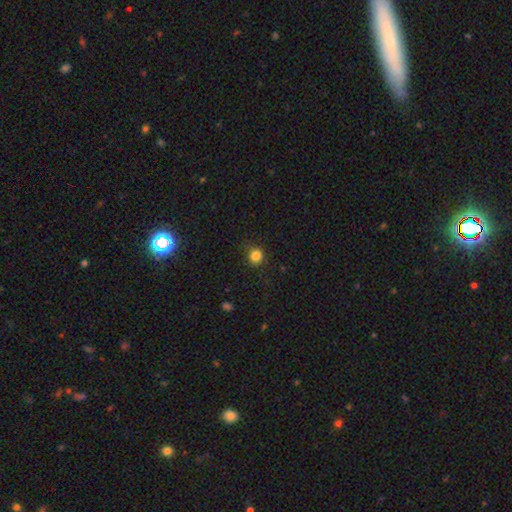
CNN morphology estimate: smooth 84%, star or artifact 12%, featured or disk 4%. Down the decision tree: how rounded — round (90%); merging — none (86%).